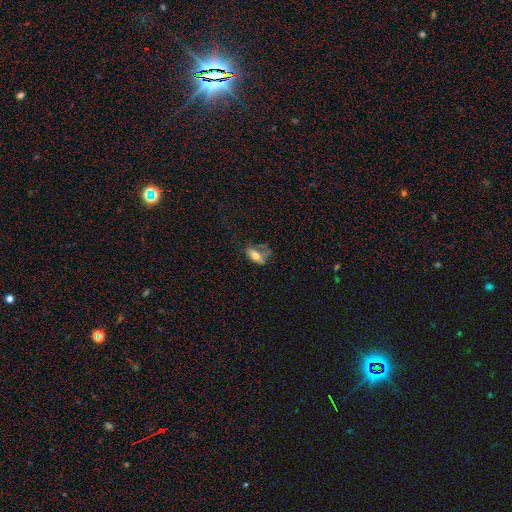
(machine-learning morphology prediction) Smooth or featured? smooth (65%)
How rounded? in between (82%)
Merging? none (35%)